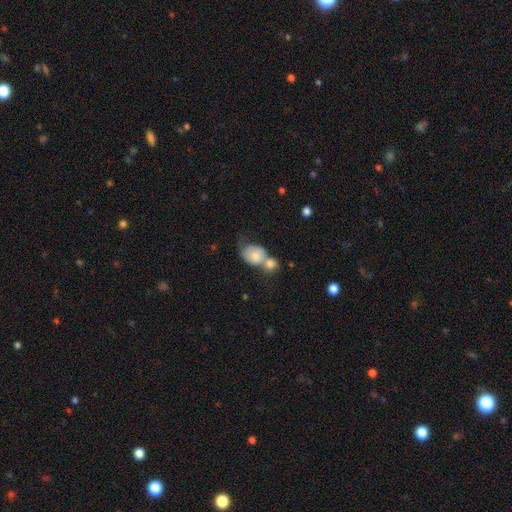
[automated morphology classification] Overall: smooth (72%). How rounded: in between (51%; round 48%). Merging: merger (63%).